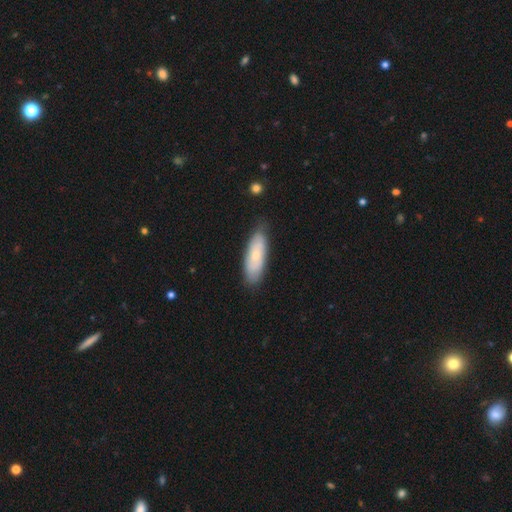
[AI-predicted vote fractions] Smooth or featured: smooth — 62% (featured or disk — 32%)
How rounded: in between — 62% (cigar-shaped — 36%)
Merging: none — 78% (minor disturbance — 18%)